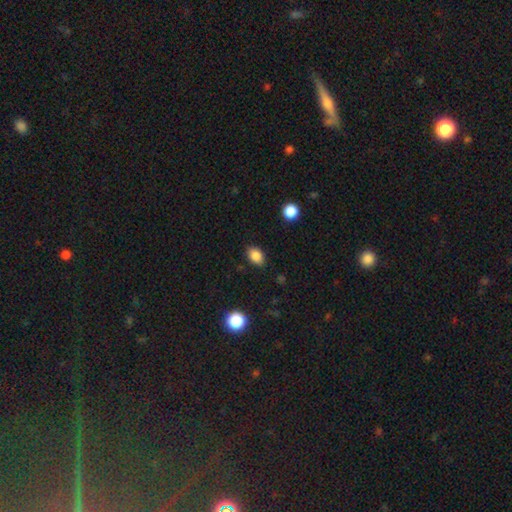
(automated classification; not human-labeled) A smooth galaxy with no disk features (85%) that is in between round and cigar-shaped (77%). Merging: none (85%).